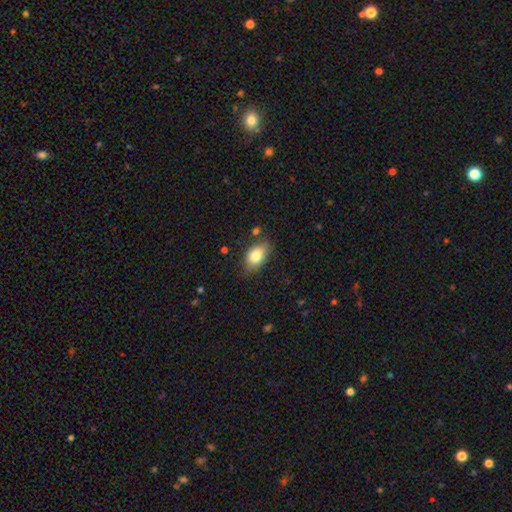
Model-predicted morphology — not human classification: Overall: smooth (81%). How rounded: in between (87%). Merging: none (75%).